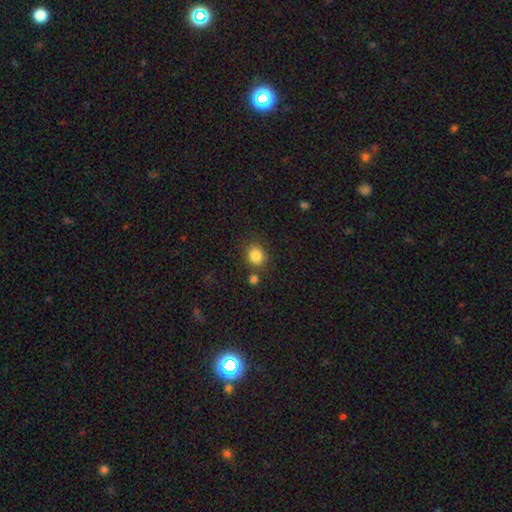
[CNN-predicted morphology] type=smooth (85%); roundness=round (79%); merging=none (75%).